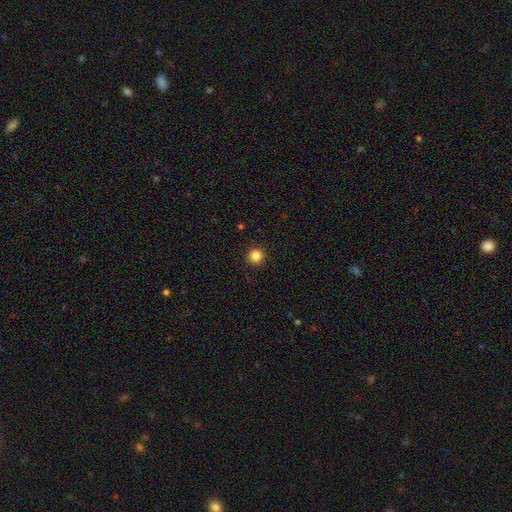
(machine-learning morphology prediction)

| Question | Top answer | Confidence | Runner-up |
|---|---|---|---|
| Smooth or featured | smooth | 85% | star or artifact (11%) |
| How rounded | round | 95% | in between (4%) |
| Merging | none | 93% | minor disturbance (5%) |